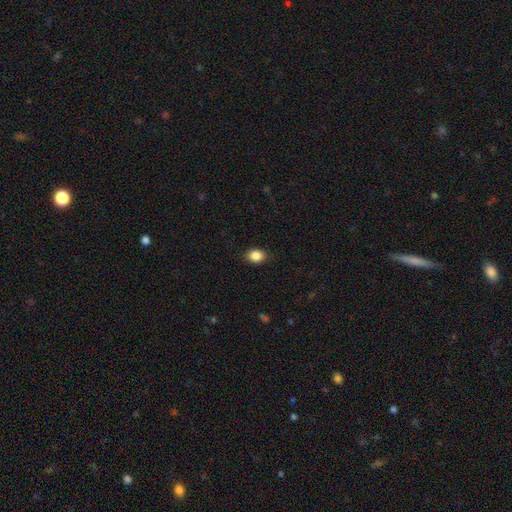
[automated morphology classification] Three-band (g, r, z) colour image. It shows a smooth galaxy with no disk features (86%) that is in between round and cigar-shaped (57%). Merging: none (87%).